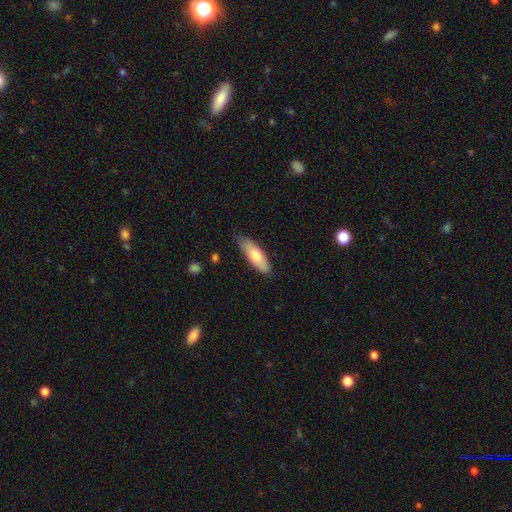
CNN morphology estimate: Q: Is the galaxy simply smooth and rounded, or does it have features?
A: smooth — 72%.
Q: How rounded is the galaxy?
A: in between — 58%.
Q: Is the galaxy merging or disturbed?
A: none — 79%.